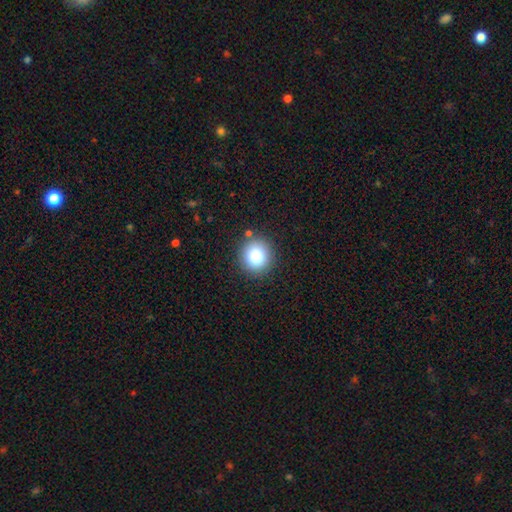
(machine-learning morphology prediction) A smooth galaxy with no disk features (80%) that is round (90%). Merging: none (88%).